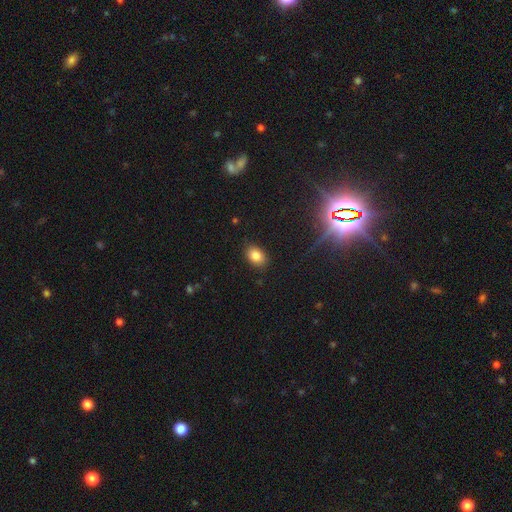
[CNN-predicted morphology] This appears to be a smooth galaxy with no disk features (83%) that is in between round and cigar-shaped (82%). Merging: none (86%).